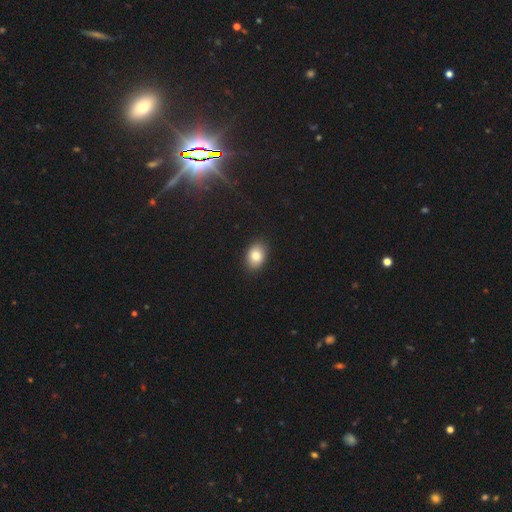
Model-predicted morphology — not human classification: smooth 84%, star or artifact 9%, featured or disk 8%. Down the decision tree: how rounded — in between (76%); merging — none (89%).